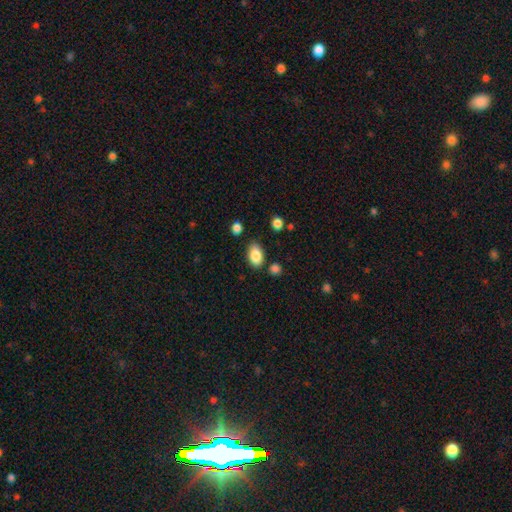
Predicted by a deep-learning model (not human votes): Smooth or featured? smooth (86%)
How rounded? in between (89%)
Merging? none (80%)